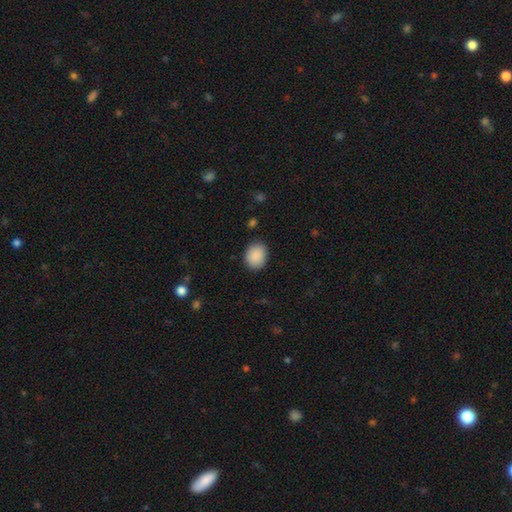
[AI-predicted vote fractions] Smooth or featured?
  - smooth: 90% *
  - star or artifact: 7%
  - featured or disk: 3%
How rounded?
  - round: 51% *
  - in between: 49%
  - cigar-shaped: 1%
Merging?
  - none: 87% *
  - minor disturbance: 9%
  - major disturbance: 3%
  - merger: 1%